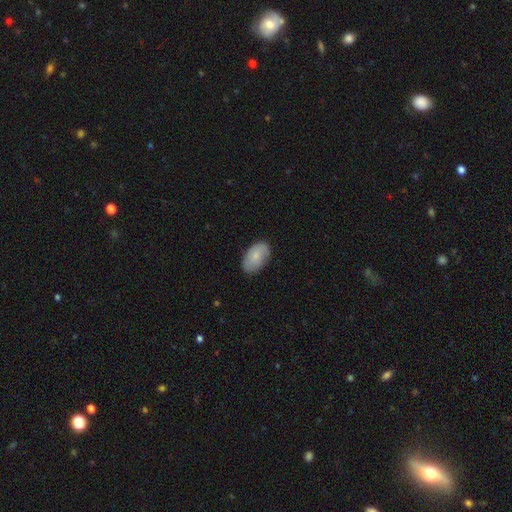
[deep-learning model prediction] smooth 74%, featured or disk 20%, star or artifact 6%. Down the decision tree: how rounded — in between (93%); merging — none (81%).